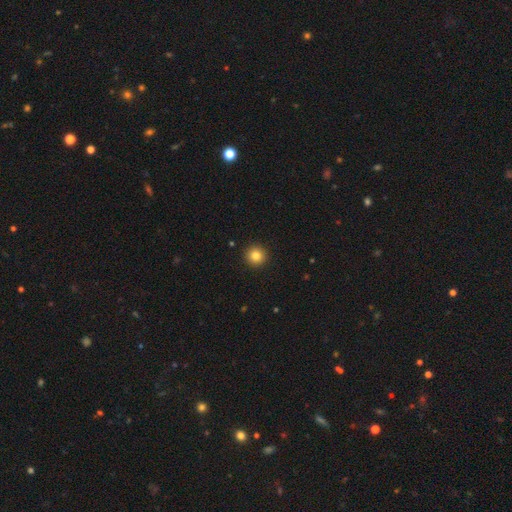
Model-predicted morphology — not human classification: Smooth or featured? Predicted: smooth (p=0.83). How rounded? Predicted: round (p=0.95). Merging? Predicted: none (p=0.93).